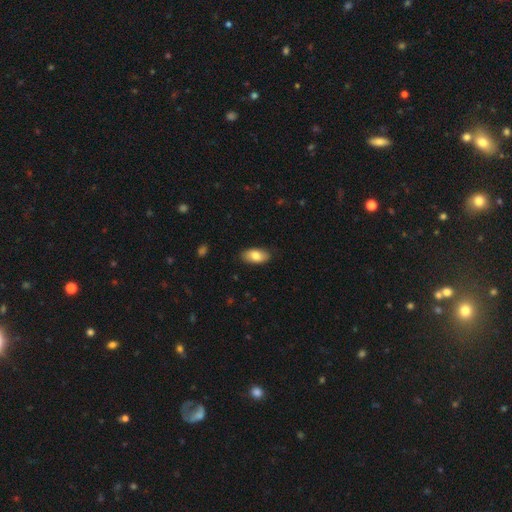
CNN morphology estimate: Q: Smooth or featured?
A: smooth (81%); runner-up: featured or disk (13%)
Q: How rounded?
A: in between (93%); runner-up: cigar-shaped (4%)
Q: Merging?
A: none (87%); runner-up: minor disturbance (10%)